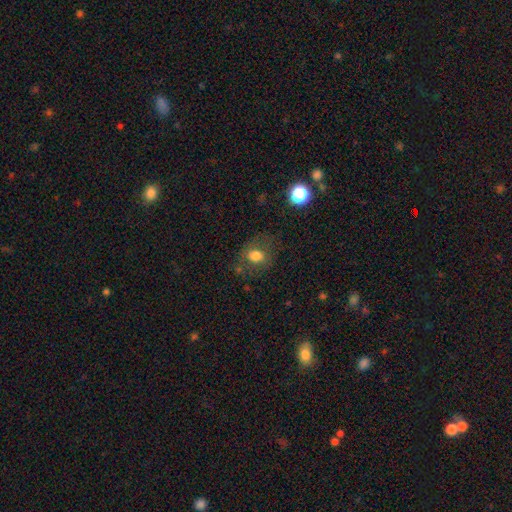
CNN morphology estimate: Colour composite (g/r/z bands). It shows a smooth galaxy with no disk features (73%) that is round (53%). Merging: none (66%).